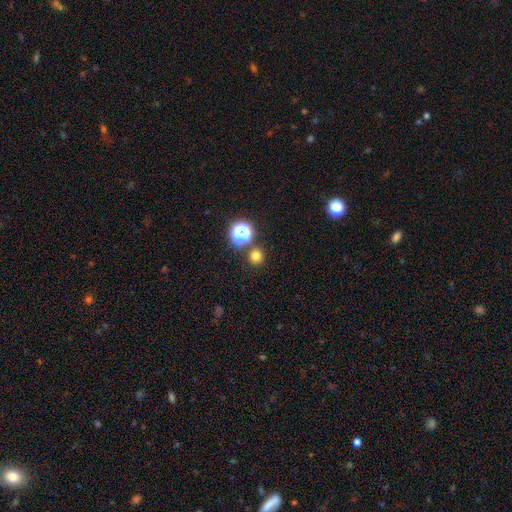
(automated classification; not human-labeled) A smooth galaxy with no disk features (75%) that is round (94%).

Vote fractions:
- Smooth or featured? smooth: 75% / star or artifact: 20% / featured or disk: 5%
- How rounded? round: 94% / in between: 5% / cigar-shaped: 1%
- Merging? none: 85% / merger: 7% / minor disturbance: 6% / major disturbance: 2%